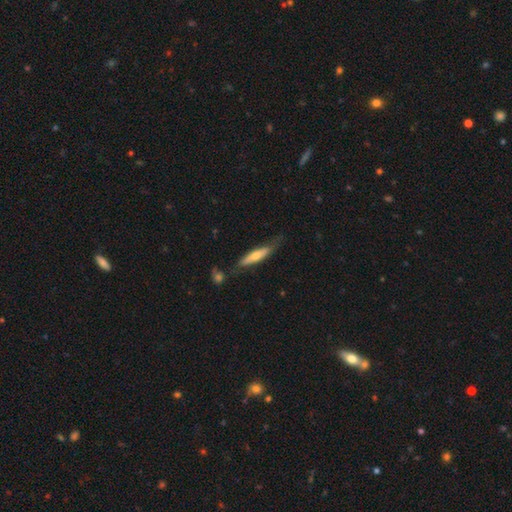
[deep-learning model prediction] Smooth or featured? smooth (51%)
How rounded? cigar-shaped (80%)
Merging? none (62%)